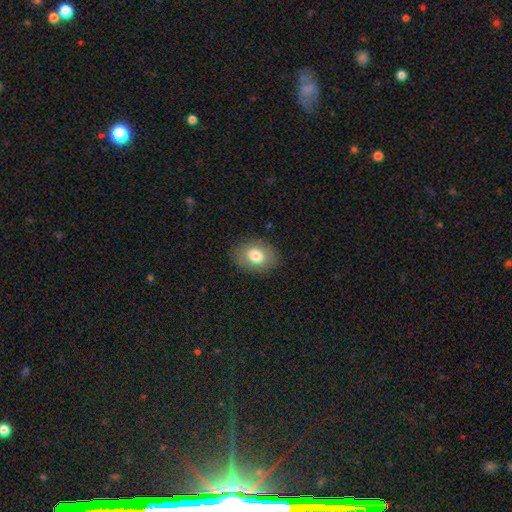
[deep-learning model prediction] Smooth or featured? Predicted: smooth (p=0.76). How rounded? Predicted: in between (p=0.66). Merging? Predicted: none (p=0.85).